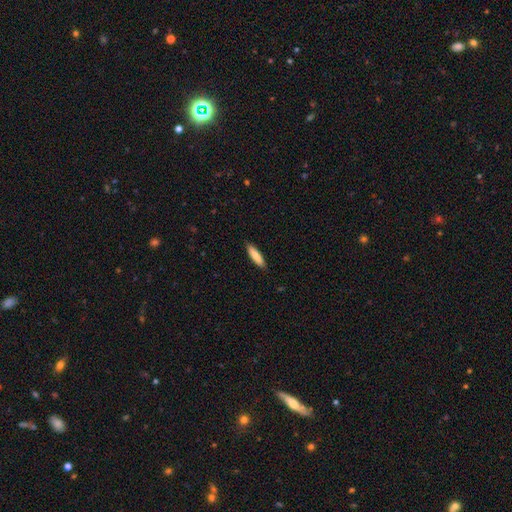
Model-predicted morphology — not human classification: Smooth or featured?
  - smooth: 81% *
  - featured or disk: 13%
  - star or artifact: 5%
How rounded?
  - cigar-shaped: 70% *
  - in between: 29%
  - round: 1%
Merging?
  - none: 89% *
  - minor disturbance: 8%
  - major disturbance: 2%
  - merger: 1%